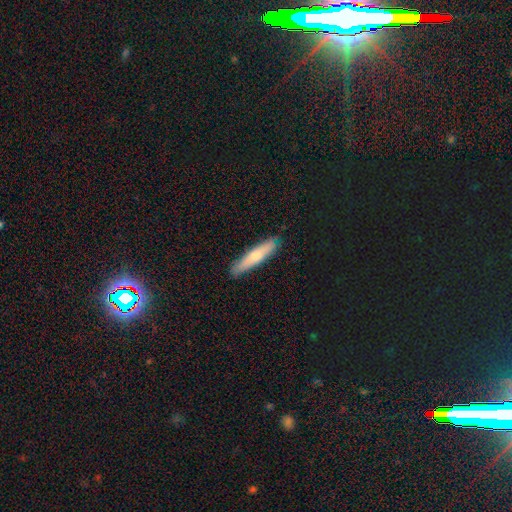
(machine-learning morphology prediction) This is likely a smooth galaxy (62%). How rounded: clearly cigar-shaped (87%). Merging: clearly none (88%).